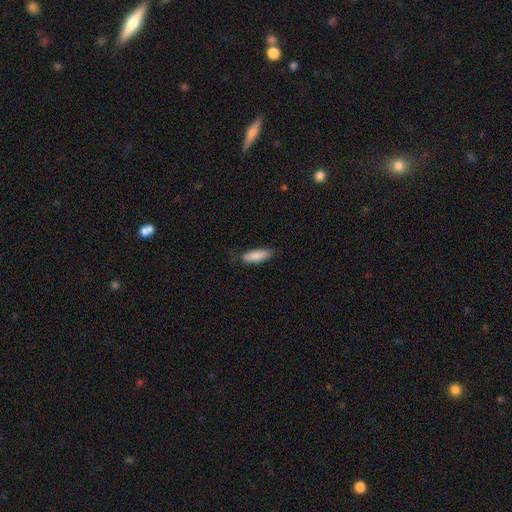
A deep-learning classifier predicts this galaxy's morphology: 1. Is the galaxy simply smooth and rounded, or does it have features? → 87% smooth, 8% featured or disk, 6% star or artifact.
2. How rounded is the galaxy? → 51% in between, 47% cigar-shaped, 2% round.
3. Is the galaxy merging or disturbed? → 75% none, 20% minor disturbance, 4% major disturbance, 1% merger.